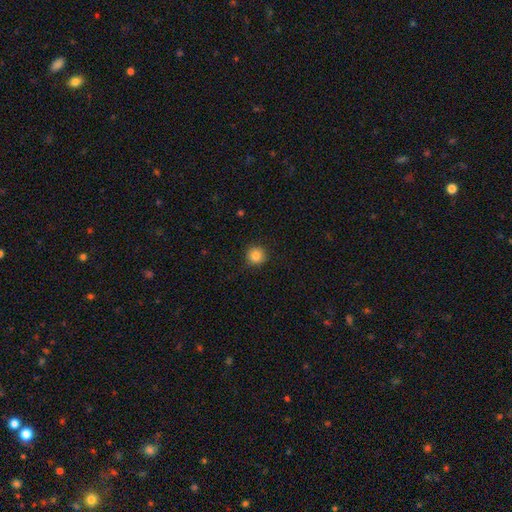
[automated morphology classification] Q: Smooth or featured?
A: smooth (84%); runner-up: star or artifact (11%)
Q: How rounded?
A: round (94%); runner-up: in between (5%)
Q: Merging?
A: none (91%); runner-up: minor disturbance (6%)